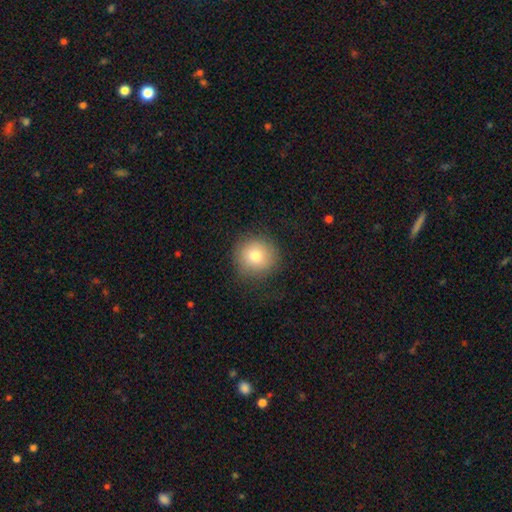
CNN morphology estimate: A smooth galaxy with no disk features (78%) that is round (93%). Merging: none (84%).